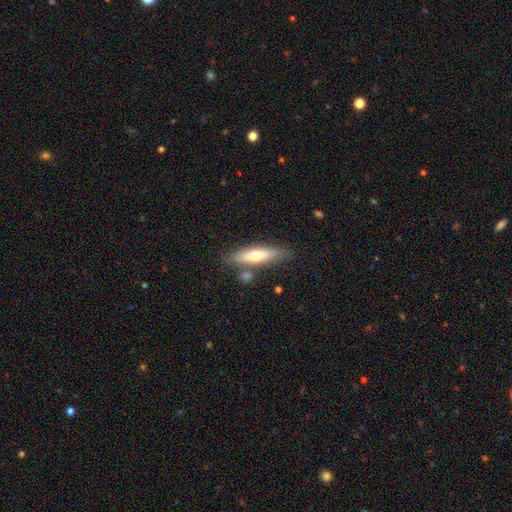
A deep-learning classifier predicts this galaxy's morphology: Overall: smooth (54%; featured or disk 40%). How rounded: cigar-shaped (67%; in between 31%). Merging: none (74%).